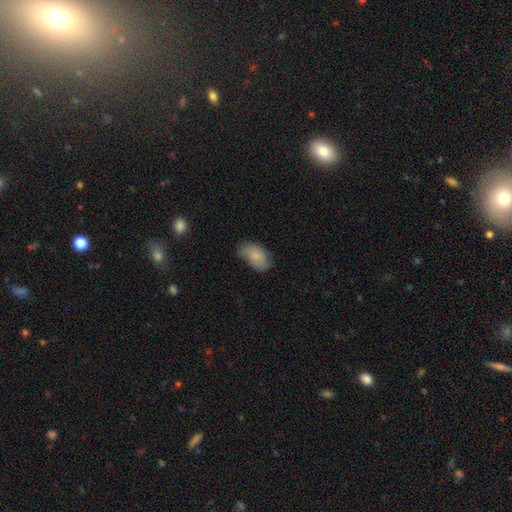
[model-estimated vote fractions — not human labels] Q: Smooth or featured?
A: smooth (78%); runner-up: featured or disk (15%)
Q: How rounded?
A: in between (93%); runner-up: round (5%)
Q: Merging?
A: none (57%); runner-up: minor disturbance (32%)